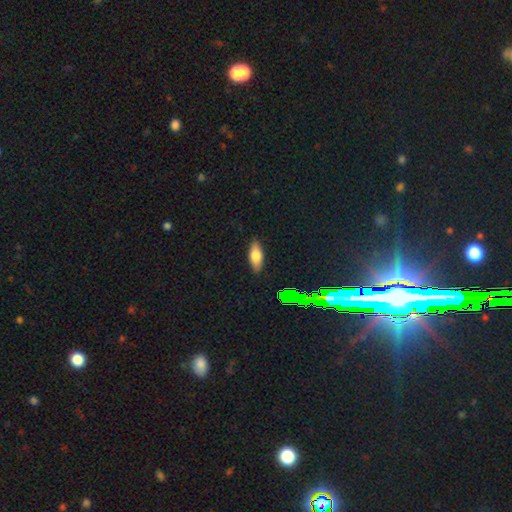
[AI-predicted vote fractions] Smooth or featured? smooth (73%)
How rounded? in between (78%)
Merging? none (86%)